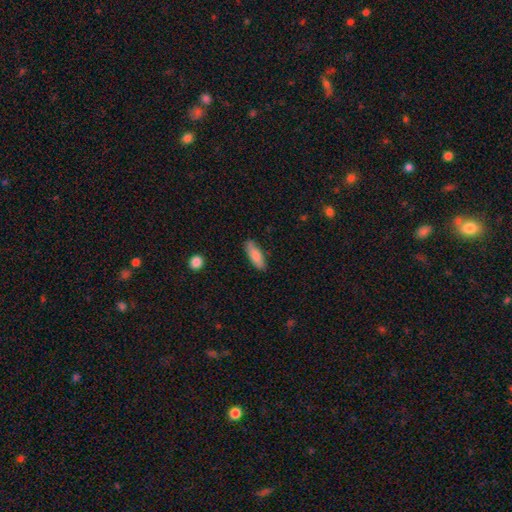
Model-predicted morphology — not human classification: Smooth or featured? Predicted: smooth (p=0.82). How rounded? Predicted: in between (p=0.61). Merging? Predicted: none (p=0.82).